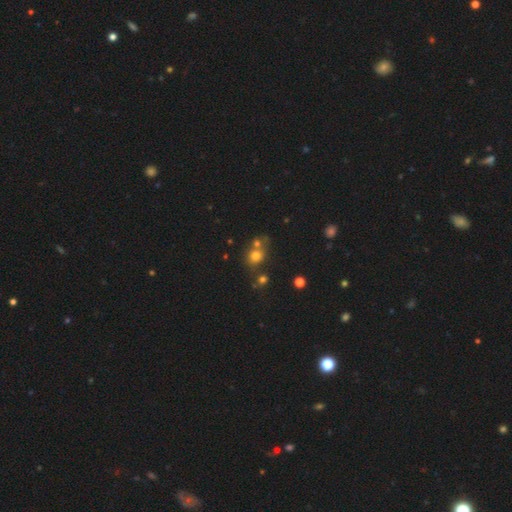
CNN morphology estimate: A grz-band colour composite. It shows a smooth galaxy with no disk features (72%) that is round (75%). Merging: none (54%).